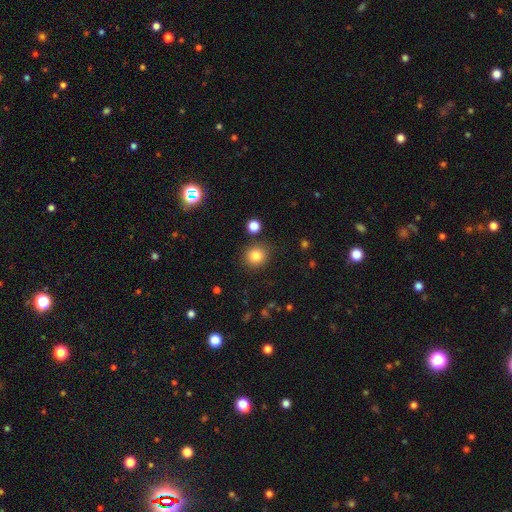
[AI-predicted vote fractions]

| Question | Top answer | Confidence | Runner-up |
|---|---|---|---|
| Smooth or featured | smooth | 82% | star or artifact (12%) |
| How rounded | round | 87% | in between (12%) |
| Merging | none | 85% | minor disturbance (8%) |